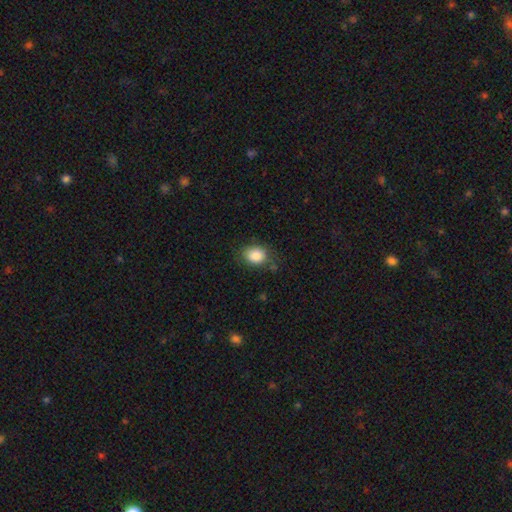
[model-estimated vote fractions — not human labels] Smooth or featured: smooth — 86% (star or artifact — 9%)
How rounded: in between — 56% (round — 43%)
Merging: none — 73% (minor disturbance — 19%)